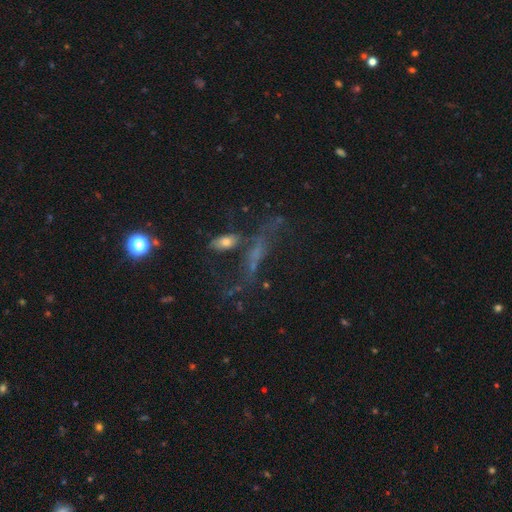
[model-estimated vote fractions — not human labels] Overall: featured or disk (41%; smooth 30%). Merging: none (38%; major disturbance 28%).